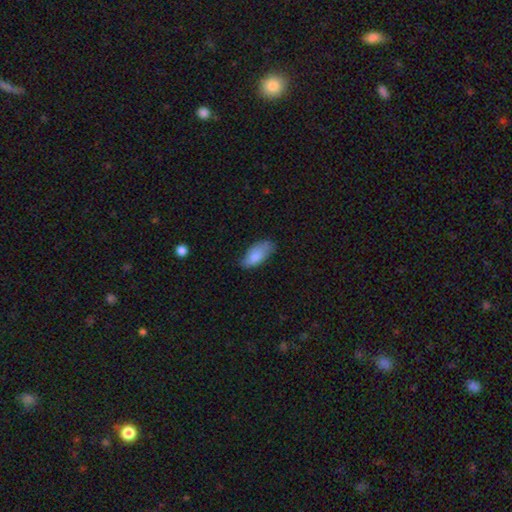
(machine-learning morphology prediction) smooth-or-featured: smooth: 83% | featured or disk: 10% | star or artifact: 6%
  how-rounded: in between: 88% | cigar-shaped: 10% | round: 2%
  merging: none: 63% | minor disturbance: 29% | major disturbance: 6% | merger: 2%